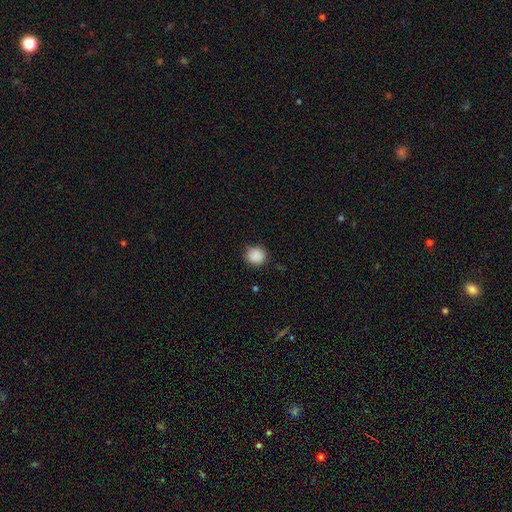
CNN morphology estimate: Smooth or featured: smooth — 89% (star or artifact — 9%)
How rounded: round — 88% (in between — 11%)
Merging: none — 85% (minor disturbance — 11%)